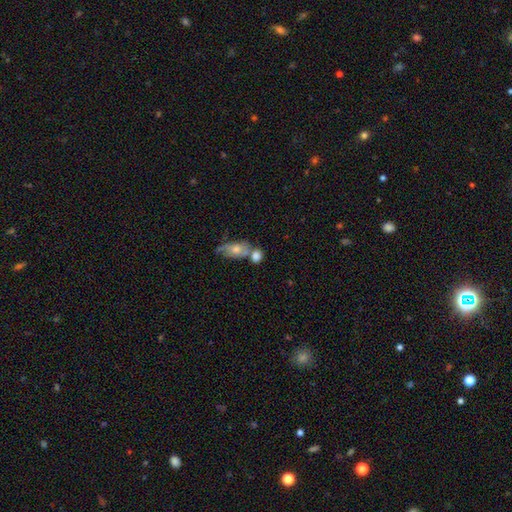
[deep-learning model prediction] Overall: smooth (76%). How rounded: in between (59%; round 37%). Merging: merger (45%; none 36%).